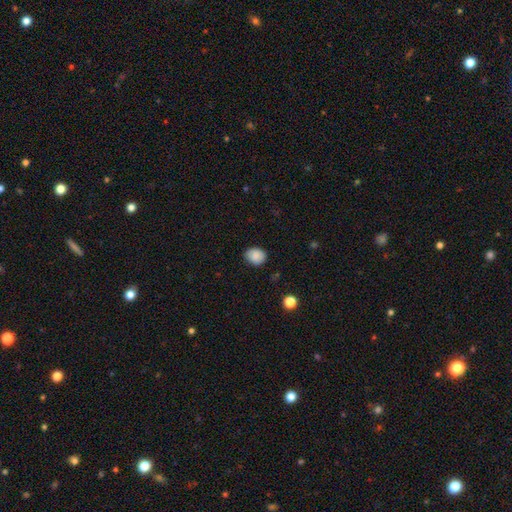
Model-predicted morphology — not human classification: Overall: smooth (87%). How rounded: round (60%; in between 39%). Merging: none (77%).